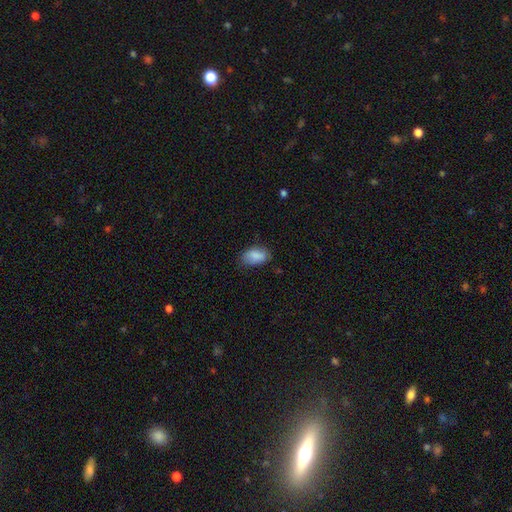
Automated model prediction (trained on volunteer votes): A smooth galaxy with no disk features (87%) that is in between round and cigar-shaped (92%). Merging: none (69%).